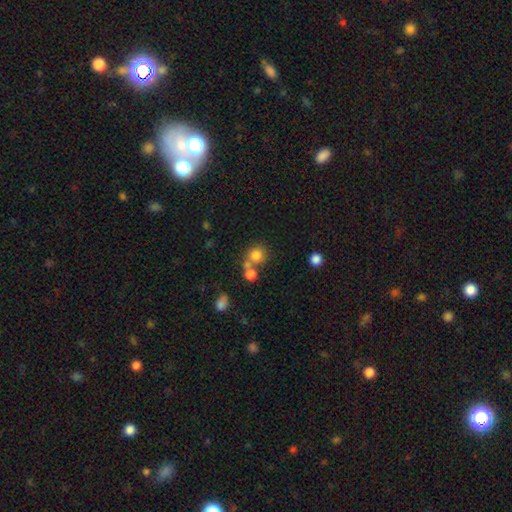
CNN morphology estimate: A smooth galaxy with no disk features (77%) that is round (86%).

Vote fractions:
- Smooth or featured? smooth: 77% / star or artifact: 14% / featured or disk: 9%
- How rounded? round: 86% / in between: 13% / cigar-shaped: 1%
- Merging? none: 54% / merger: 33% / minor disturbance: 9% / major disturbance: 4%